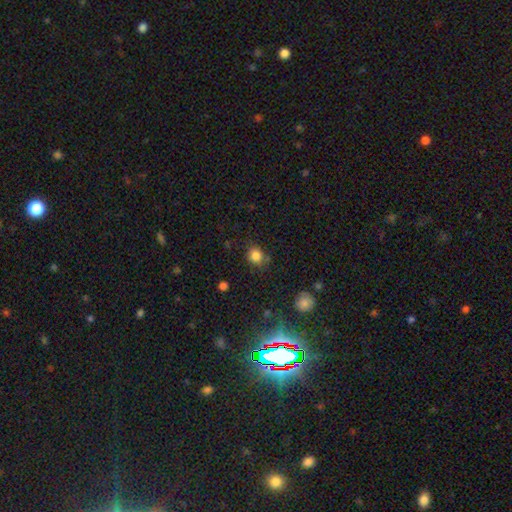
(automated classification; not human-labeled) smooth 83%, star or artifact 12%, featured or disk 5%. Down the decision tree: how rounded — round (76%); merging — none (76%).